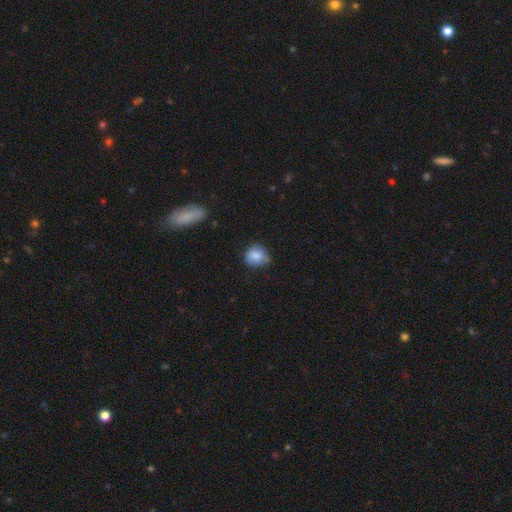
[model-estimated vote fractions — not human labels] Smooth or featured? Predicted: smooth (p=0.84). How rounded? Predicted: round (p=0.76). Merging? Predicted: none (p=0.68).